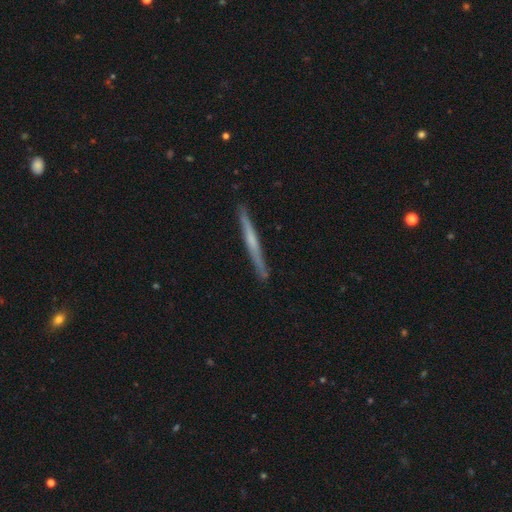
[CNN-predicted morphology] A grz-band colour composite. It shows a featured or disk galaxy (51%) viewed edge-on (97%). Merging: none (87%).